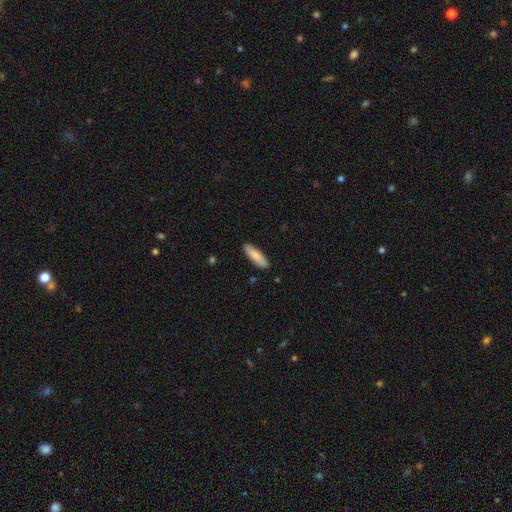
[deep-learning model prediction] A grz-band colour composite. It shows a smooth galaxy with no disk features (84%) that is cigar-shaped (56%). Merging: none (88%).